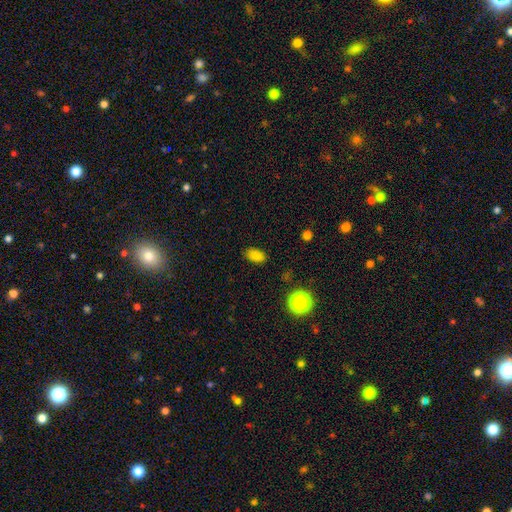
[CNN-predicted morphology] A smooth galaxy with no disk features (82%) that is in between round and cigar-shaped (89%). Merging: none (86%).